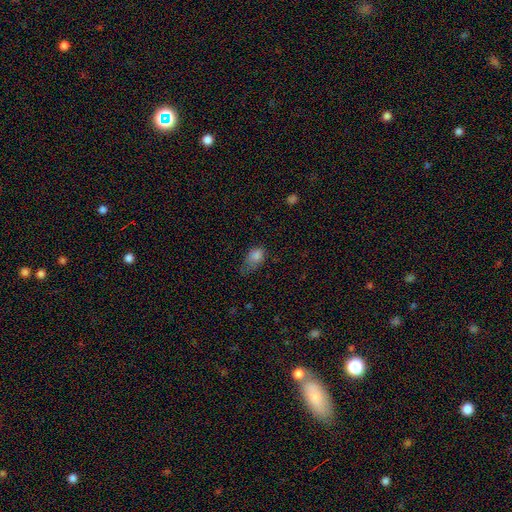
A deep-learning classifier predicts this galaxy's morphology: This is clearly a smooth galaxy (82%). How rounded: likely in between (80%). Merging: marginally minor disturbance (42%).